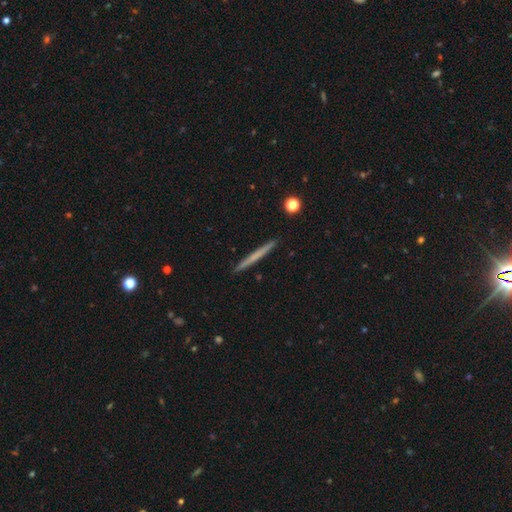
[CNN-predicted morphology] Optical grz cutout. It shows a smooth galaxy with no disk features (55%) that is cigar-shaped (97%). Merging: none (93%).